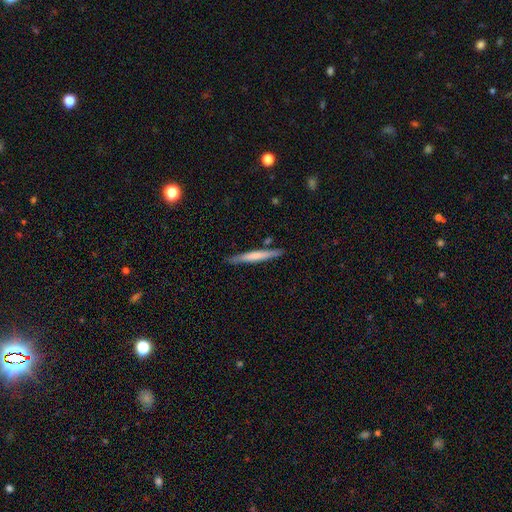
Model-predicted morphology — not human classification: Smooth or featured? smooth (56%)
How rounded? cigar-shaped (96%)
Merging? none (85%)